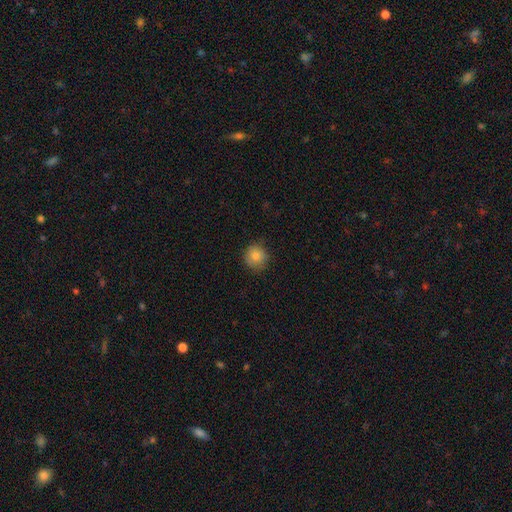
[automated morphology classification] Smooth or featured: smooth — 82% (star or artifact — 10%)
How rounded: round — 92% (in between — 7%)
Merging: none — 83% (minor disturbance — 13%)